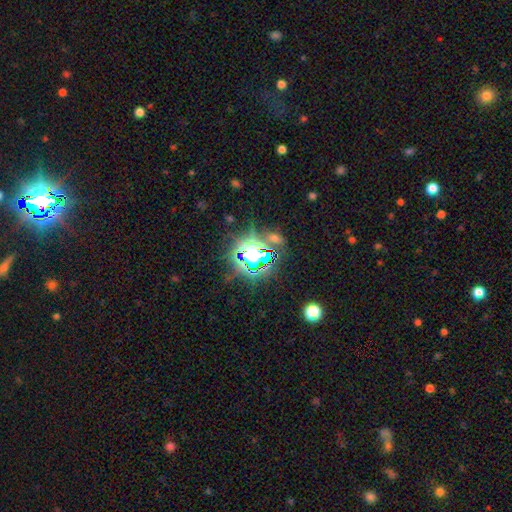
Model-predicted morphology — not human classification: A star or artifact, not a galaxy (68%).